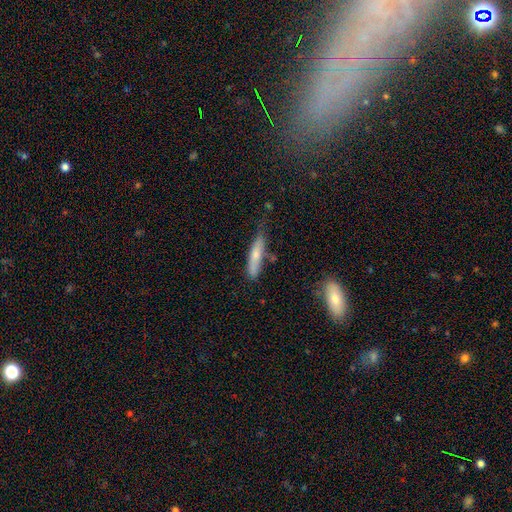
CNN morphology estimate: smooth-or-featured: smooth: 65% | featured or disk: 29% | star or artifact: 6%
  how-rounded: cigar-shaped: 81% | in between: 17% | round: 2%
  merging: none: 60% | minor disturbance: 28% | major disturbance: 6% | merger: 6%